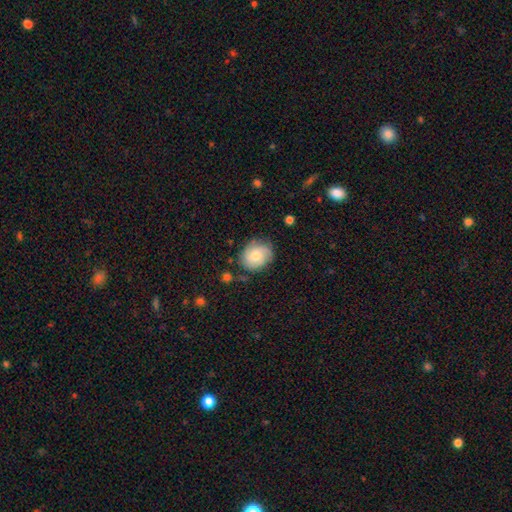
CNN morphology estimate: Overall: smooth (64%; featured or disk 28%). How rounded: round (56%; in between 43%). Merging: none (73%).